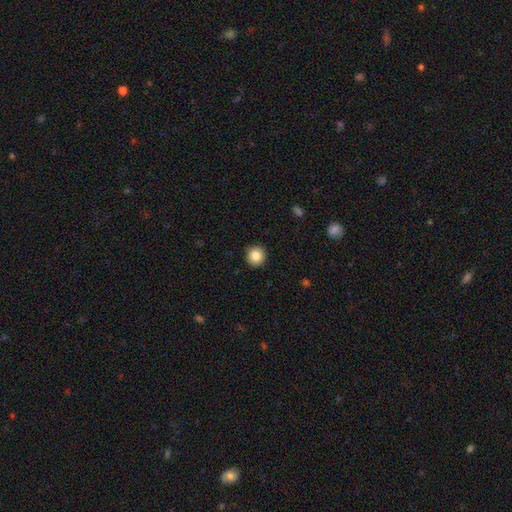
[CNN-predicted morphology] Smooth or featured? Predicted: smooth (p=0.85). How rounded? Predicted: round (p=0.94). Merging? Predicted: none (p=0.92).